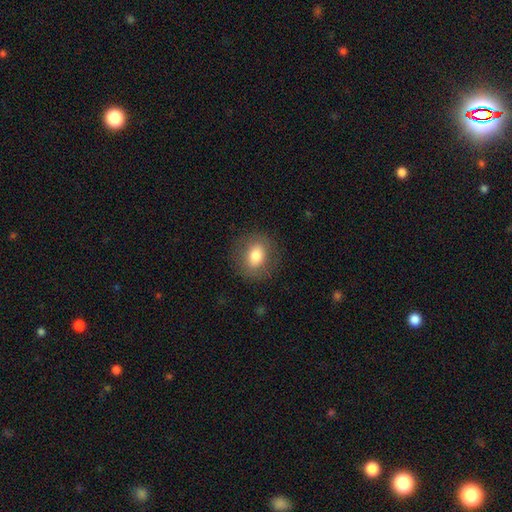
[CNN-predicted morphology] Overall: smooth (76%). How rounded: round (50%; in between 48%). Merging: none (85%).